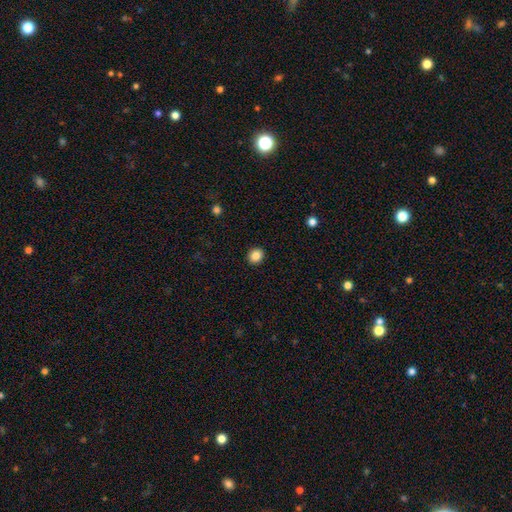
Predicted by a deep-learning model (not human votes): A smooth galaxy with no disk features (86%) that is round (76%). Merging: none (92%).